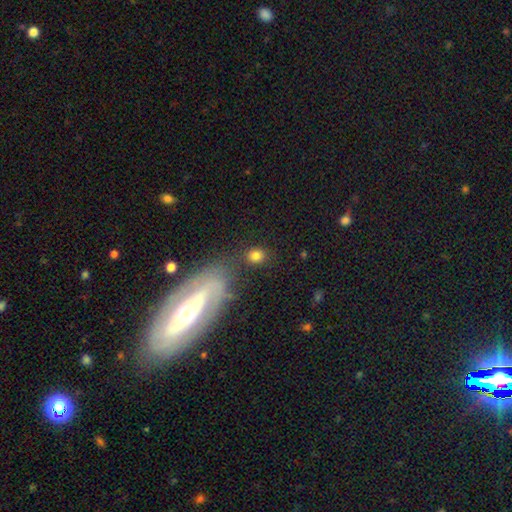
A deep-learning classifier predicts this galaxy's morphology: Smooth or featured? smooth (82%)
How rounded? round (65%)
Merging? none (78%)